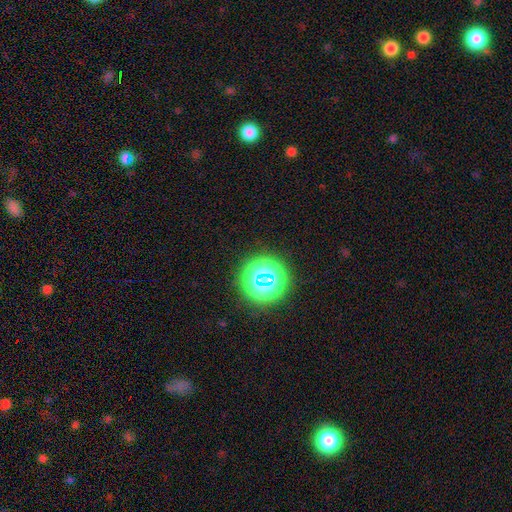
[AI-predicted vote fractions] Q: Smooth or featured?
A: star or artifact (77%); runner-up: smooth (16%)